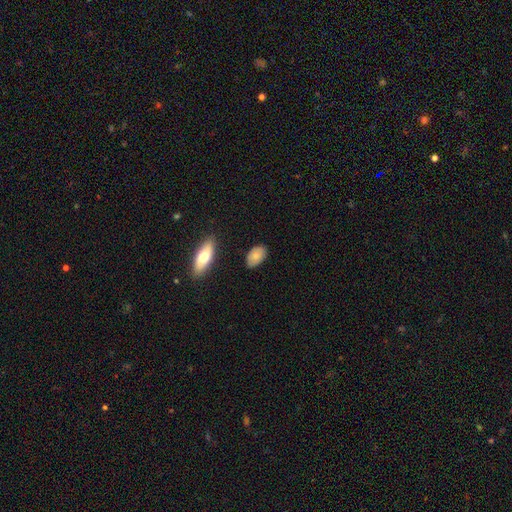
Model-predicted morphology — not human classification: Overall: smooth (80%). How rounded: in between (92%). Merging: none (81%).